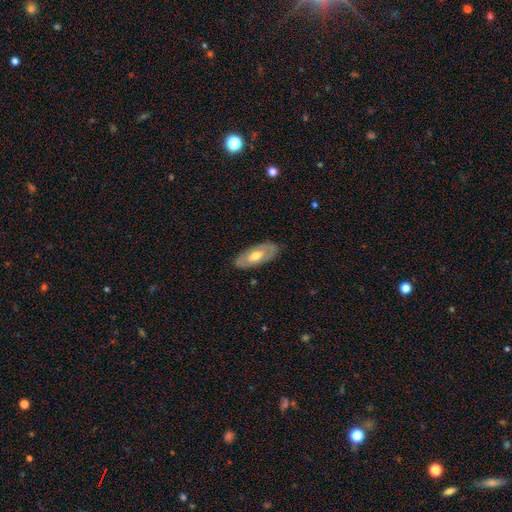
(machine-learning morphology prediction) This is possibly a featured or disk galaxy (54%). It is clearly not viewed edge-on (83%). Merging: clearly none (84%).